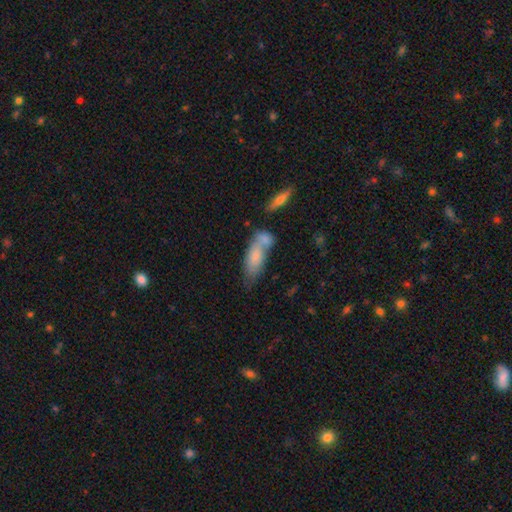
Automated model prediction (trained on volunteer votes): smooth 74%, featured or disk 19%, star or artifact 7%. Down the decision tree: how rounded — in between (71%); merging — merger (46%).